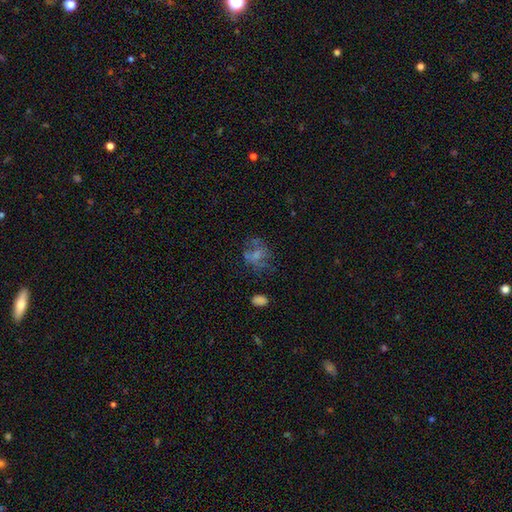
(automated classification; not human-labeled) A smooth galaxy with no disk features (45%).

Vote fractions:
- Smooth or featured? smooth: 45% / featured or disk: 40% / star or artifact: 15%
- Merging? none: 47% / major disturbance: 26% / minor disturbance: 21% / merger: 6%